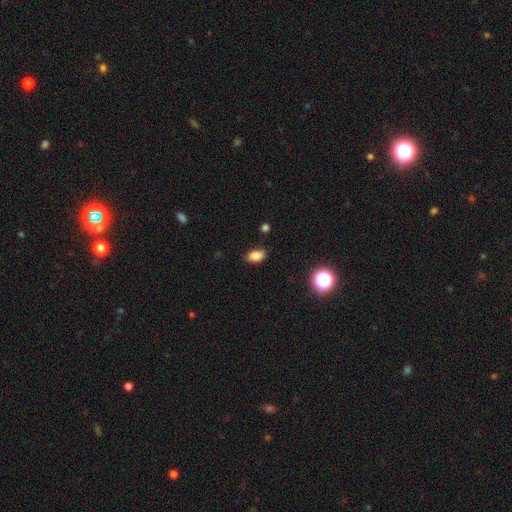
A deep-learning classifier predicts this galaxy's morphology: smooth_or_featured: smooth (p=0.84) [alt: star or artifact p=0.11]
how_rounded: in between (p=0.89) [alt: round p=0.09]
merging: none (p=0.83) [alt: minor disturbance p=0.13]